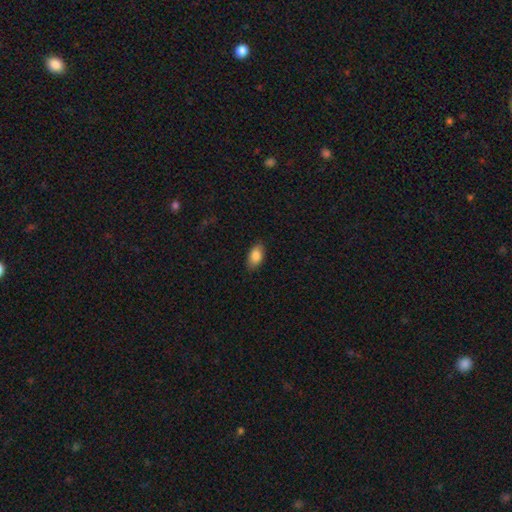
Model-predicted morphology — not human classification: smooth 86%, star or artifact 7%, featured or disk 7%. Down the decision tree: how rounded — in between (93%); merging — none (86%).